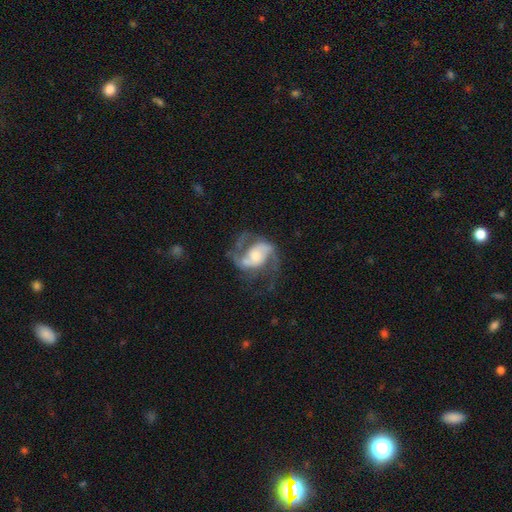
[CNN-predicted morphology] Smooth or featured? Predicted: featured or disk (p=0.86). Edge-on disk? Predicted: no (p=0.98). Bar? Predicted: no (p=0.52). Spiral arms? Predicted: yes (p=0.95). Spiral winding? Predicted: medium (p=0.53). Spiral arm count? Predicted: 2 (p=0.85). Bulge size? Predicted: moderate (p=0.46). Merging? Predicted: none (p=0.58).